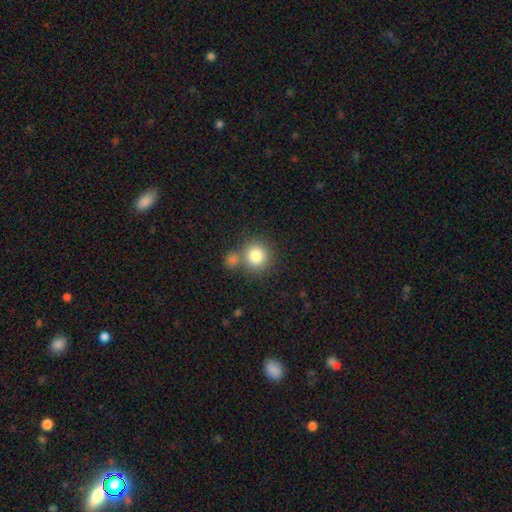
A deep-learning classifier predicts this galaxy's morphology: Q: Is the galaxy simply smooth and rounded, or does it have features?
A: smooth — 82%.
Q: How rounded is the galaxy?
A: round — 91%.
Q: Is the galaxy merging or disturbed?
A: none — 63%.